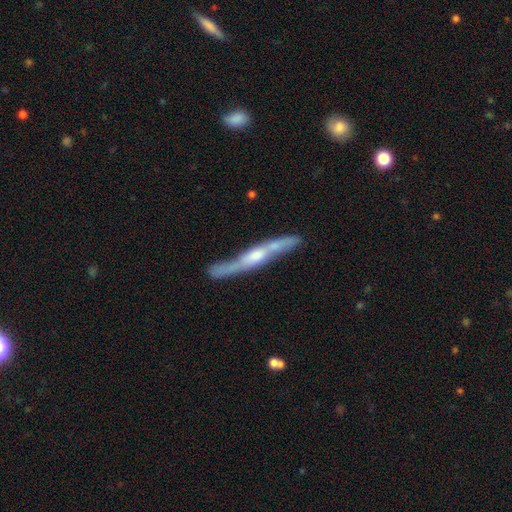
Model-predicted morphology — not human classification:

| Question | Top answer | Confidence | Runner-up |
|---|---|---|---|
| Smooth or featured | featured or disk | 80% | smooth (15%) |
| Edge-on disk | yes | 83% | no (17%) |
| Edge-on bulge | rounded | 77% | none (14%) |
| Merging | none | 77% | minor disturbance (16%) |